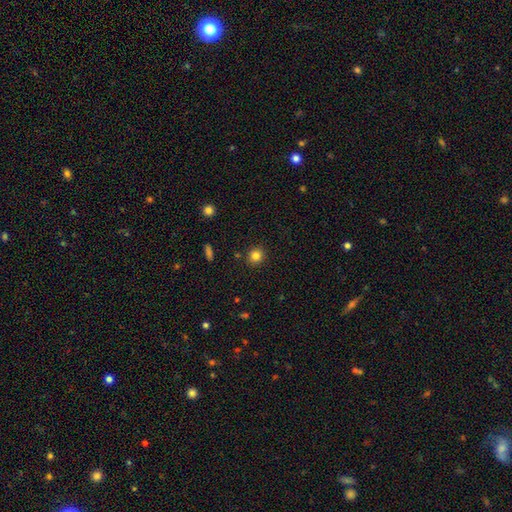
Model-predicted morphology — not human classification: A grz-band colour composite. It shows a smooth galaxy with no disk features (82%) that is round (91%). Merging: none (90%).